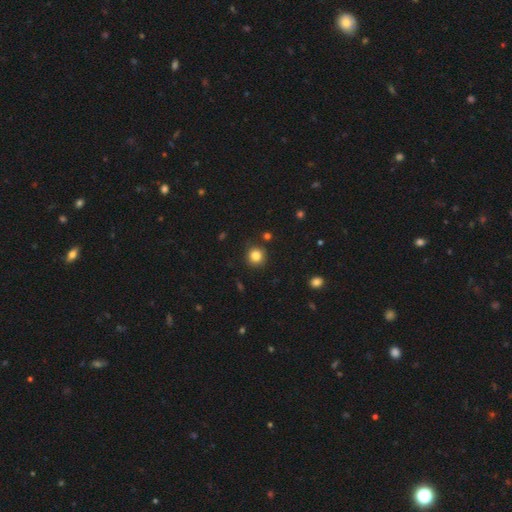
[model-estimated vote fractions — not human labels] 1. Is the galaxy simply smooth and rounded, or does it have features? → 83% smooth, 12% star or artifact, 5% featured or disk.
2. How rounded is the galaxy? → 93% round, 6% in between, 1% cigar-shaped.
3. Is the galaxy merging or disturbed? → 90% none, 6% minor disturbance, 2% merger, 2% major disturbance.